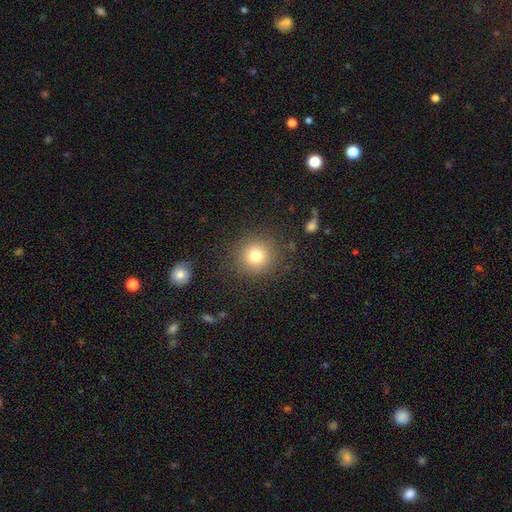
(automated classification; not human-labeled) smooth 79%, star or artifact 12%, featured or disk 9%. Down the decision tree: how rounded — round (92%); merging — none (87%).